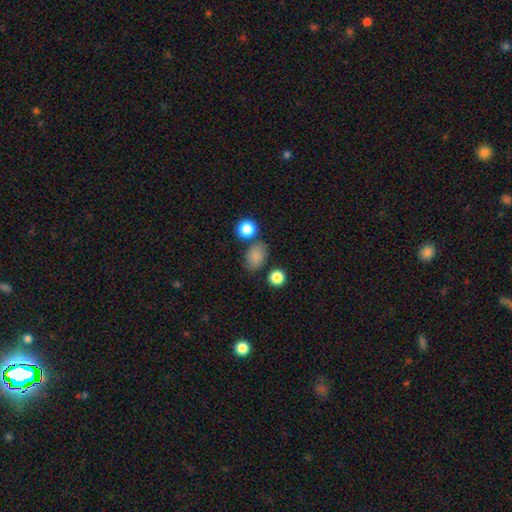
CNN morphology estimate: Smooth or featured? Predicted: smooth (p=0.82). How rounded? Predicted: in between (p=0.75). Merging? Predicted: none (p=0.73).